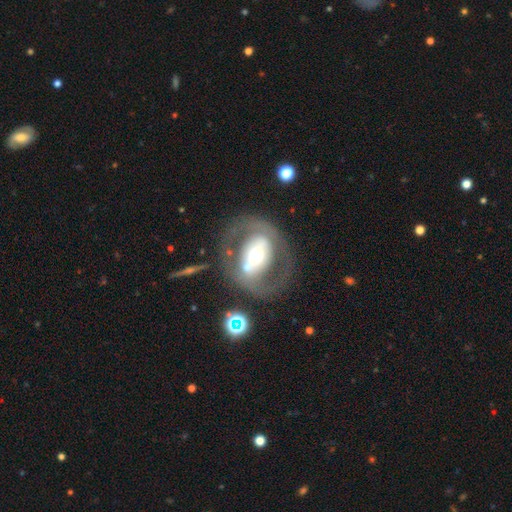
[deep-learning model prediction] featured or disk 66%, smooth 28%, star or artifact 7%. Down the decision tree: edge-on disk — no (93%); bar — no (44%); spiral arms — no (72%); bulge size — moderate (59%); merging — none (64%).